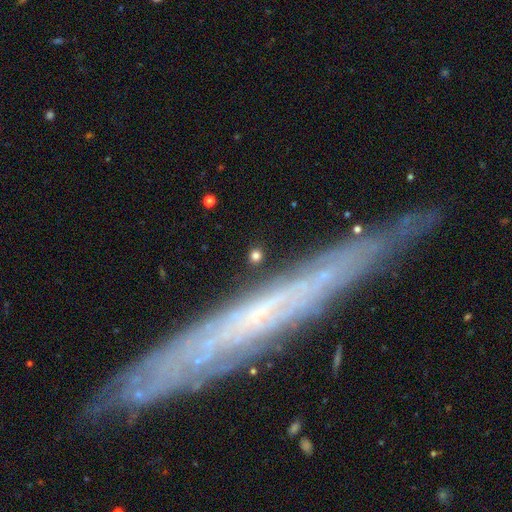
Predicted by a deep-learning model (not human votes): Smooth or featured? smooth (71%)
How rounded? round (76%)
Merging? none (86%)